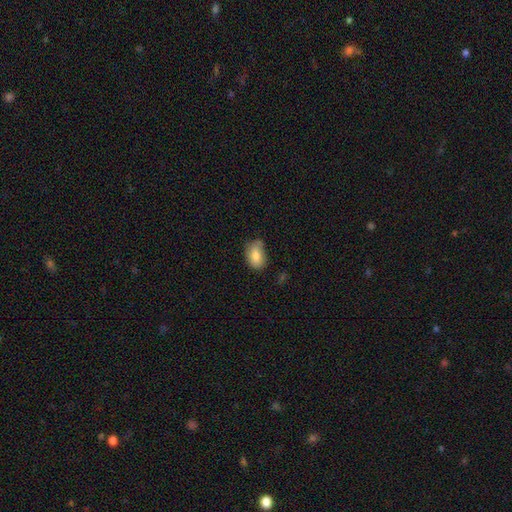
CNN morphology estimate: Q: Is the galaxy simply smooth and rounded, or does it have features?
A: smooth — 81%.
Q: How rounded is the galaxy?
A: in between — 86%.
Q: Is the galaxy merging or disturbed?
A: none — 63%.